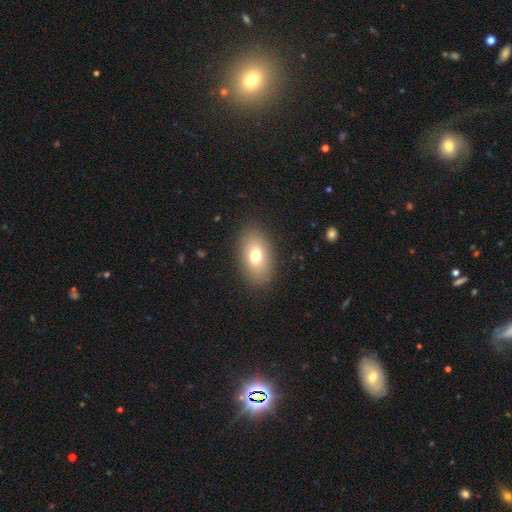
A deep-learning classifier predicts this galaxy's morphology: Smooth or featured?
  - smooth: 74% *
  - featured or disk: 17%
  - star or artifact: 9%
How rounded?
  - in between: 89% *
  - round: 9%
  - cigar-shaped: 2%
Merging?
  - none: 87% *
  - minor disturbance: 9%
  - major disturbance: 3%
  - merger: 1%